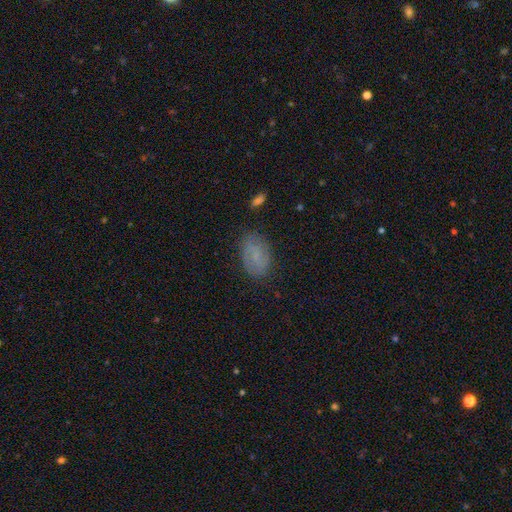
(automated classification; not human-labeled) Morphology: type=smooth (55%); roundness=in between (88%); merging=none (77%).